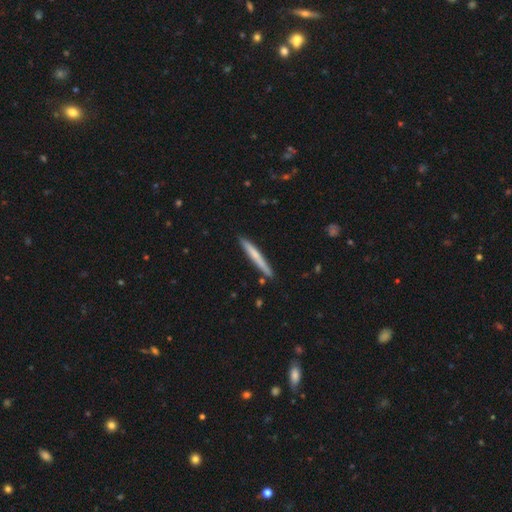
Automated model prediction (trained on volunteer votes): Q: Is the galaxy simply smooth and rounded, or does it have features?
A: smooth — 57%.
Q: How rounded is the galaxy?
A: cigar-shaped — 96%.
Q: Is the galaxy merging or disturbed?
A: none — 87%.